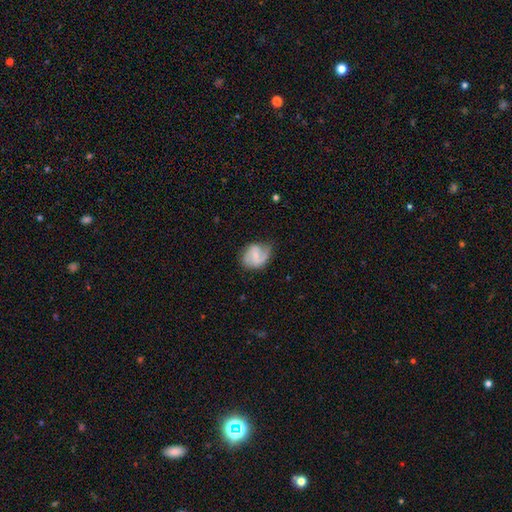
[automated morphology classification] featured or disk 64%, smooth 30%, star or artifact 6%. Down the decision tree: edge-on disk — no (97%); bar — weak (50%); spiral arms — yes (87%); spiral arm count — 2 (73%); spiral winding — medium (47%); bulge size — small (56%); merging — none (58%).